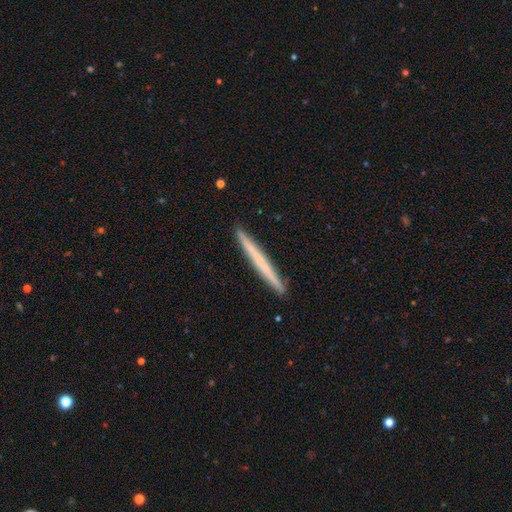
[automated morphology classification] Q: Smooth or featured?
A: smooth (54%); runner-up: featured or disk (40%)
Q: How rounded?
A: cigar-shaped (97%); runner-up: in between (1%)
Q: Merging?
A: none (93%); runner-up: minor disturbance (5%)